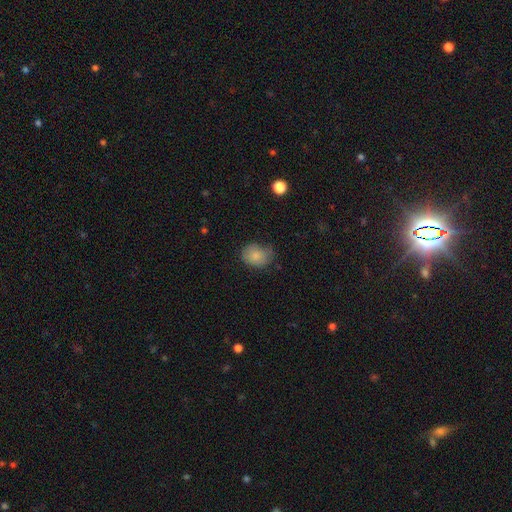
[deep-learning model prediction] A smooth galaxy with no disk features (82%) that is in between round and cigar-shaped (54%).

Vote fractions:
- Smooth or featured? smooth: 82% / star or artifact: 9% / featured or disk: 9%
- How rounded? in between: 54% / round: 45% / cigar-shaped: 1%
- Merging? none: 55% / minor disturbance: 33% / major disturbance: 9% / merger: 2%